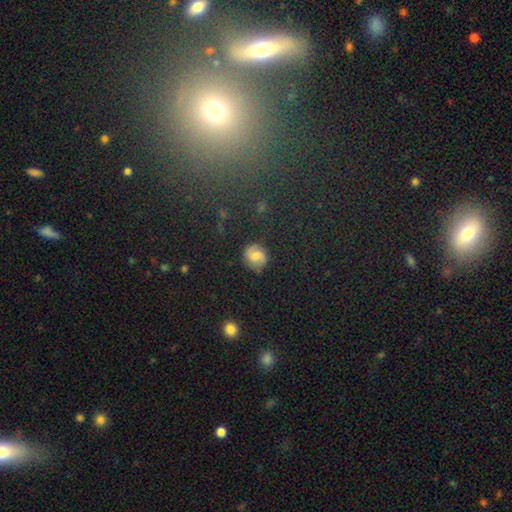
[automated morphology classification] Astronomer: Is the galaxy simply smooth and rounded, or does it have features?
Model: smooth — 50% (runner-up: featured or disk, 38%).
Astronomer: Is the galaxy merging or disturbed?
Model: none — 79%.